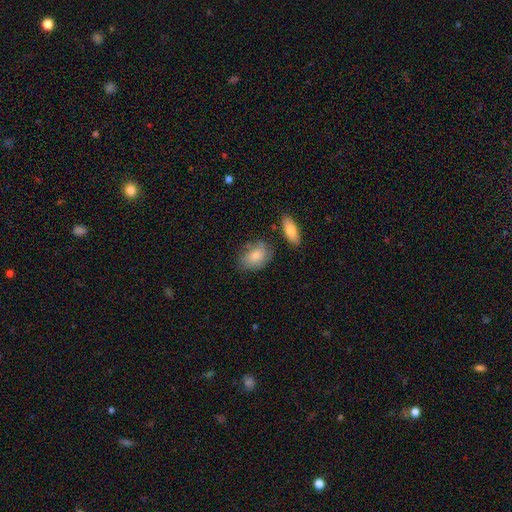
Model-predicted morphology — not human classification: smooth_or_featured: smooth (p=0.79) [alt: featured or disk p=0.15]
how_rounded: in between (p=0.84) [alt: round p=0.14]
merging: none (p=0.62) [alt: minor disturbance p=0.24]